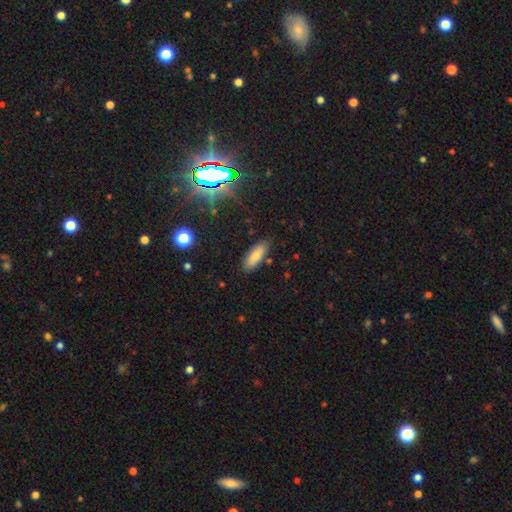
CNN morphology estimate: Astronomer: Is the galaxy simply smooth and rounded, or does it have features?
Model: smooth — 75%.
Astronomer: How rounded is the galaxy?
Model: in between — 68%.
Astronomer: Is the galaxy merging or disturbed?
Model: none — 85%.